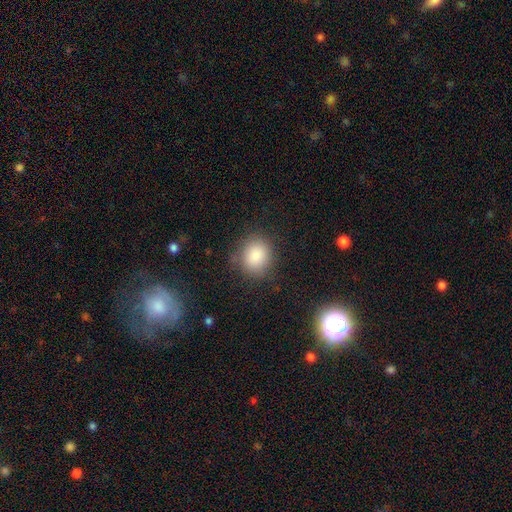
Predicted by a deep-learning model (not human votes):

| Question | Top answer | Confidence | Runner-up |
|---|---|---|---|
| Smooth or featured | smooth | 86% | star or artifact (9%) |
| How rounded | round | 72% | in between (27%) |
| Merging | none | 77% | minor disturbance (16%) |